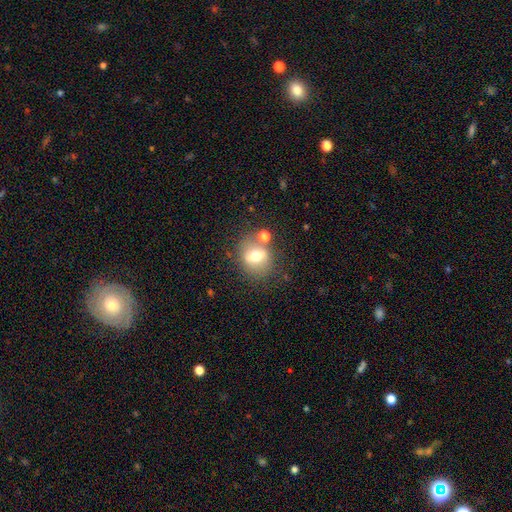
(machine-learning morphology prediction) This is possibly a smooth galaxy (57%). How rounded: likely round (67%). Merging: likely none (66%).